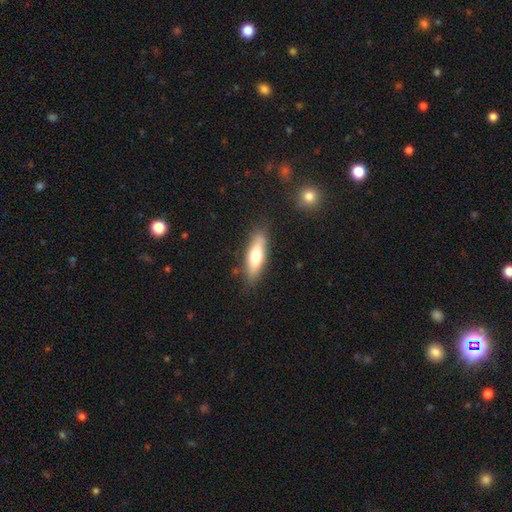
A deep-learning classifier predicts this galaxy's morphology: Overall: smooth (67%; featured or disk 27%). How rounded: cigar-shaped (55%; in between 43%). Merging: none (82%).